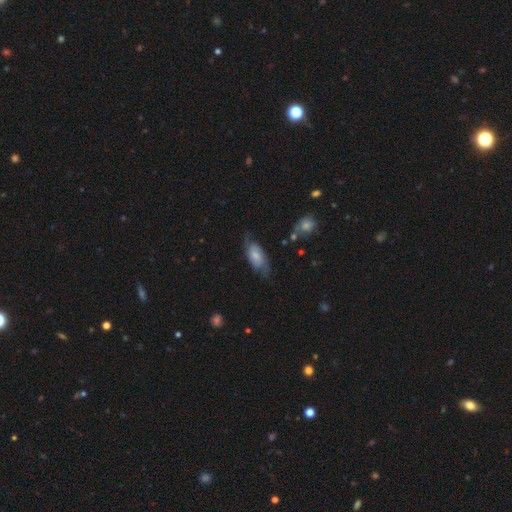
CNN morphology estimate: Overall: featured or disk (50%; smooth 43%). Edge-on disk: no (89%). Merging: none (59%; minor disturbance 26%).